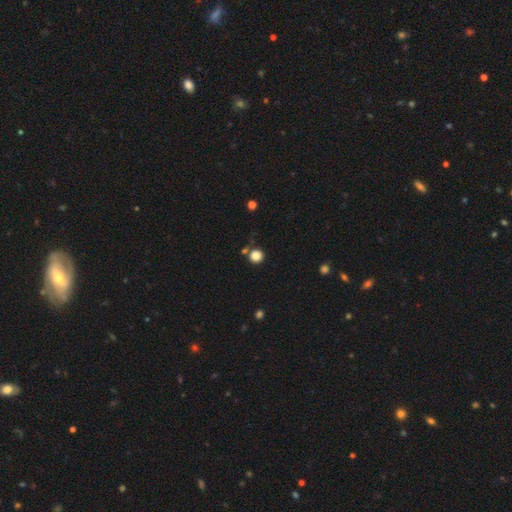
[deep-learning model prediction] Morphology: type=smooth (84%); roundness=round (93%); merging=none (80%).